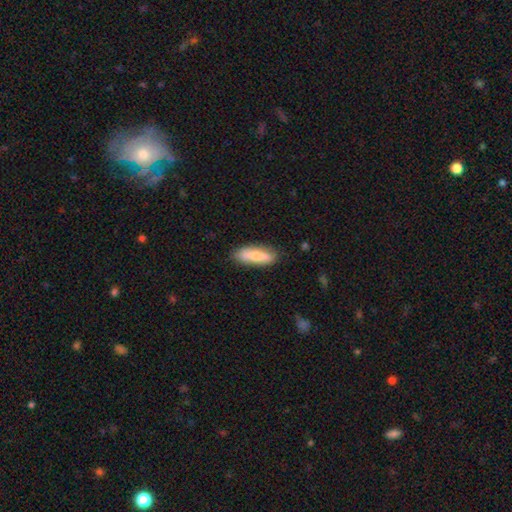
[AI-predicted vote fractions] This is likely a smooth galaxy (78%). How rounded: possibly in between (55%). Merging: likely none (79%).